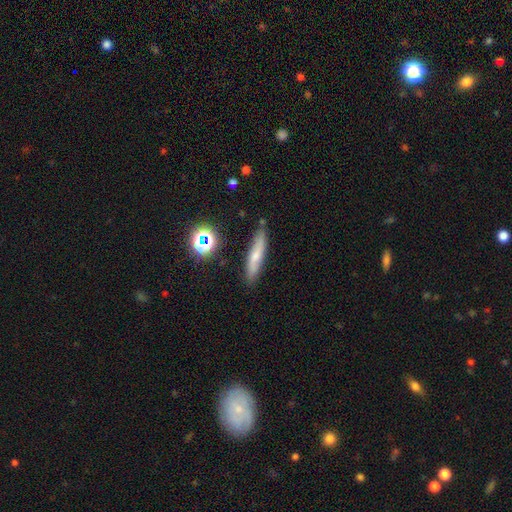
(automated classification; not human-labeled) smooth_or_featured: smooth (p=0.59) [alt: featured or disk p=0.30]
how_rounded: cigar-shaped (p=0.83) [alt: in between p=0.14]
merging: none (p=0.81) [alt: minor disturbance p=0.13]